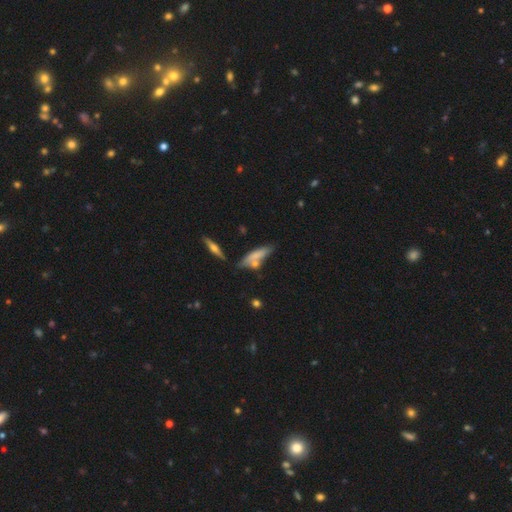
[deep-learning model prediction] The model was most divided on "how rounded": cigar-shaped: 60%, in between: 38%, round: 3%. More confident: smooth or featured — smooth (65%); merging — none (56%).